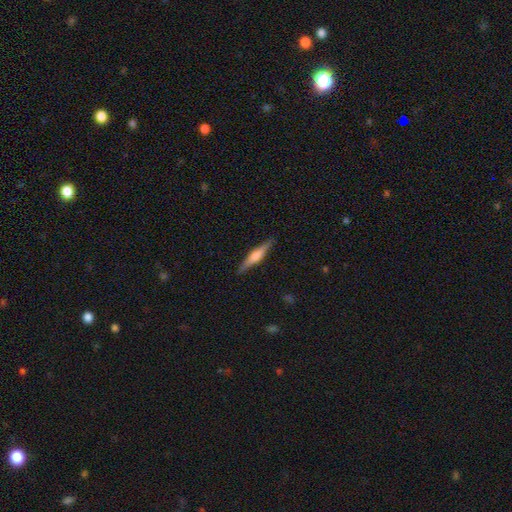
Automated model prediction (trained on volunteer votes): featured or disk 66%, smooth 29%, star or artifact 6%. Down the decision tree: edge-on disk — yes (97%); edge-on bulge — rounded (82%); merging — none (90%).